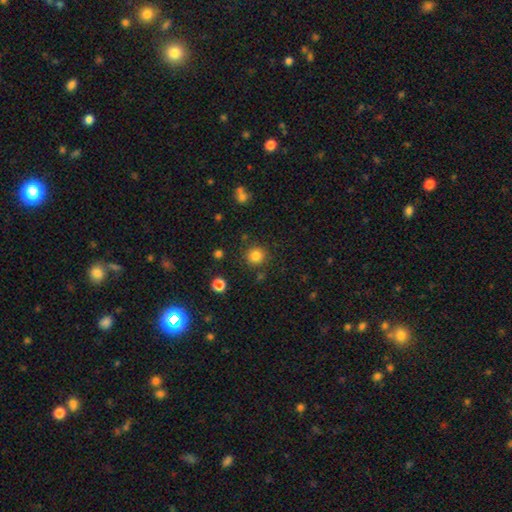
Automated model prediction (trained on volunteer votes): Smooth or featured? Predicted: smooth (p=0.83). How rounded? Predicted: round (p=0.93). Merging? Predicted: none (p=0.85).